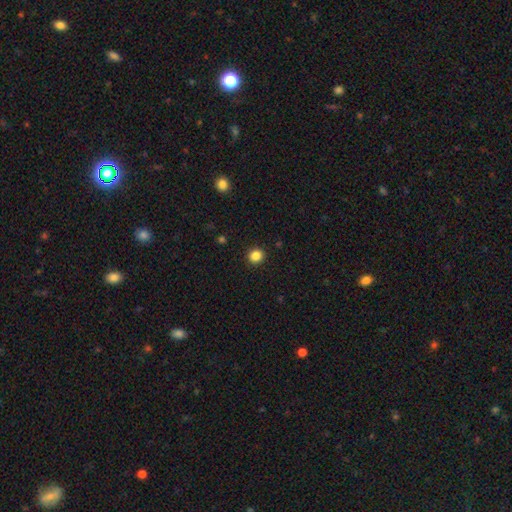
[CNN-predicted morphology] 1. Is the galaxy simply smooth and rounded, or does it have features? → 86% smooth, 11% star or artifact, 3% featured or disk.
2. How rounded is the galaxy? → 88% round, 11% in between, 1% cigar-shaped.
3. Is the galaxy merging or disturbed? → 92% none, 5% minor disturbance, 2% major disturbance, 1% merger.